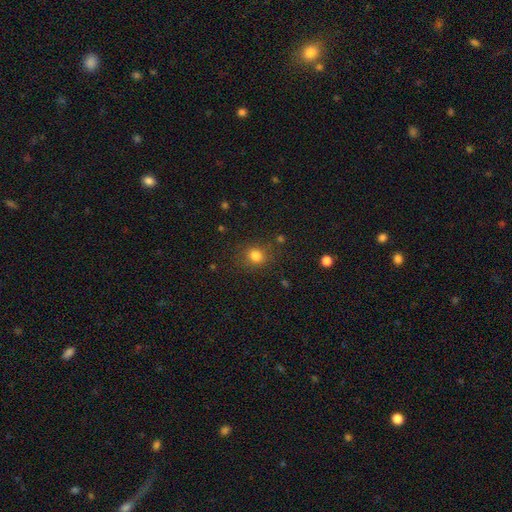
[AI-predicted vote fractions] smooth-or-featured: smooth: 81% | star or artifact: 13% | featured or disk: 6%
  how-rounded: round: 72% | in between: 27% | cigar-shaped: 1%
  merging: none: 81% | minor disturbance: 12% | major disturbance: 4% | merger: 2%